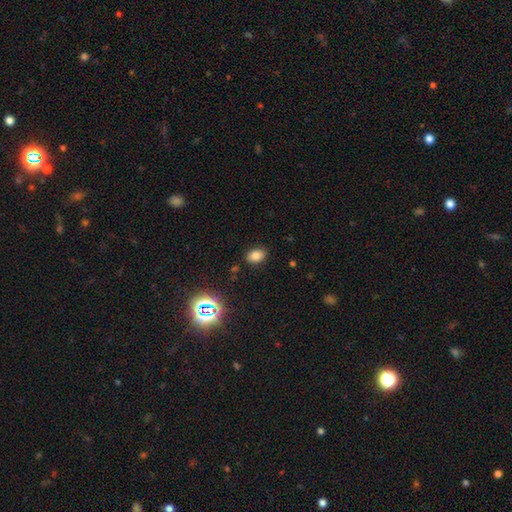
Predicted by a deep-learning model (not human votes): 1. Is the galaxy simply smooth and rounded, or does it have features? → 77% smooth, 16% star or artifact, 7% featured or disk.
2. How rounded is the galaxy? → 75% in between, 24% round, 1% cigar-shaped.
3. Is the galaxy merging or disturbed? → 85% none, 10% minor disturbance, 3% major disturbance, 2% merger.